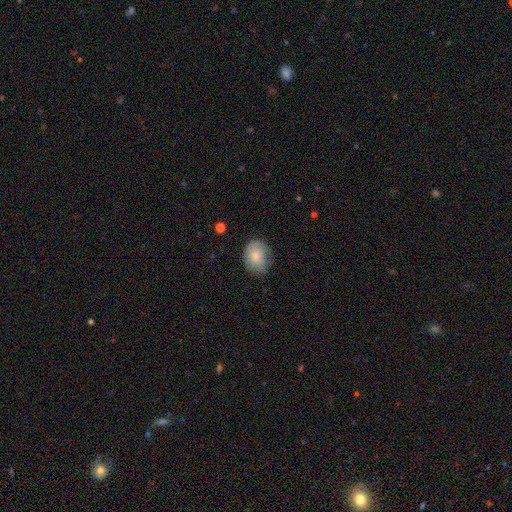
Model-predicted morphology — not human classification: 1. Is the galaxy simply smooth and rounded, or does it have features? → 72% smooth, 21% featured or disk, 7% star or artifact.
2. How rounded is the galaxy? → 55% in between, 44% round, 1% cigar-shaped.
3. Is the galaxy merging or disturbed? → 70% none, 23% minor disturbance, 6% major disturbance, 1% merger.